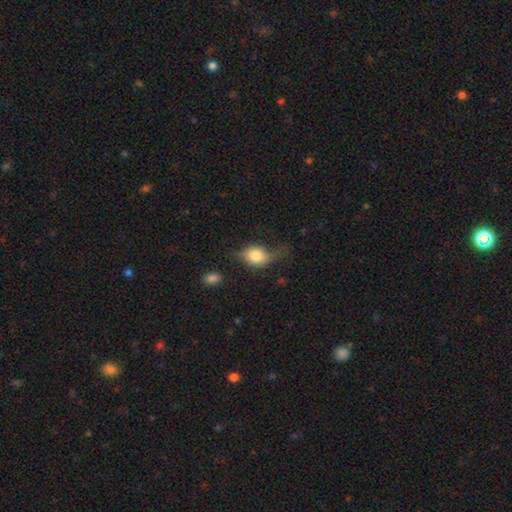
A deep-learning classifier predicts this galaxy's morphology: Overall: smooth (70%). How rounded: in between (55%; round 43%). Merging: none (37%; minor disturbance 32%).